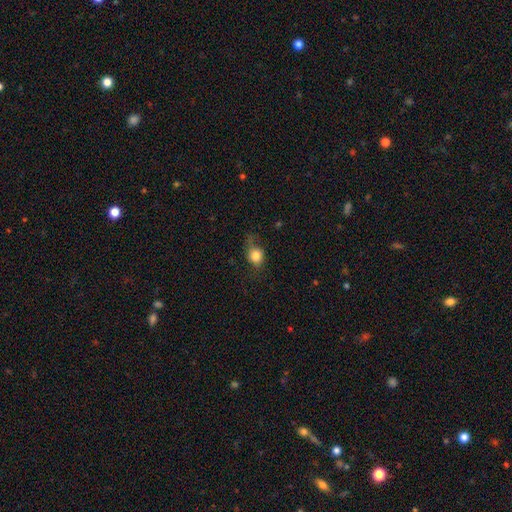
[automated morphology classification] smooth_or_featured: smooth (p=0.77) [alt: featured or disk p=0.13]
how_rounded: round (p=0.67) [alt: in between p=0.31]
merging: none (p=0.50) [alt: minor disturbance p=0.28]